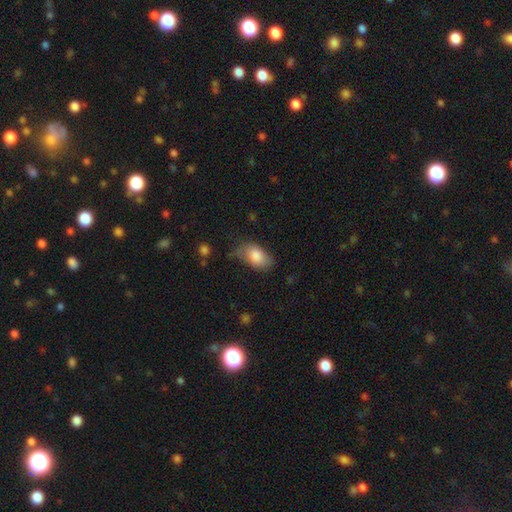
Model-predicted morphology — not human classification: A smooth galaxy with no disk features (83%) that is in between round and cigar-shaped (91%). Merging: none (54%).